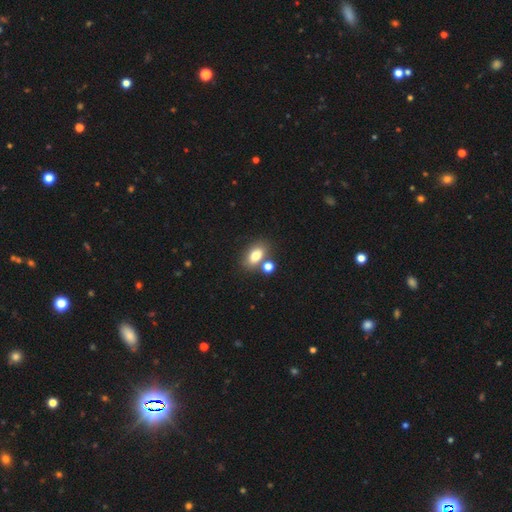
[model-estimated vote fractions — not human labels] Smooth or featured? Predicted: smooth (p=0.79). How rounded? Predicted: in between (p=0.82). Merging? Predicted: none (p=0.64).